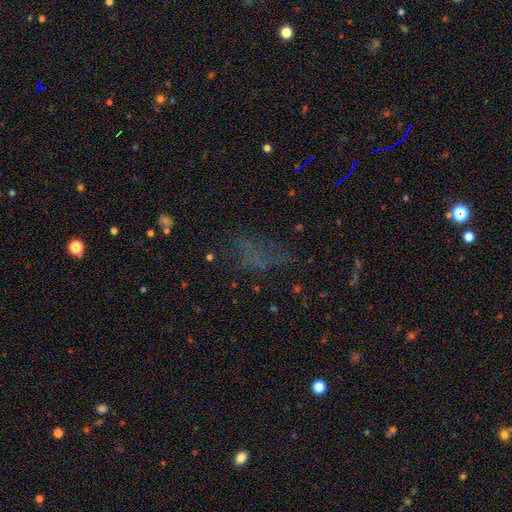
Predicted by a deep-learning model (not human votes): Smooth or featured? Predicted: smooth (p=0.39, tied with star or artifact). Merging? Predicted: none (p=0.49).